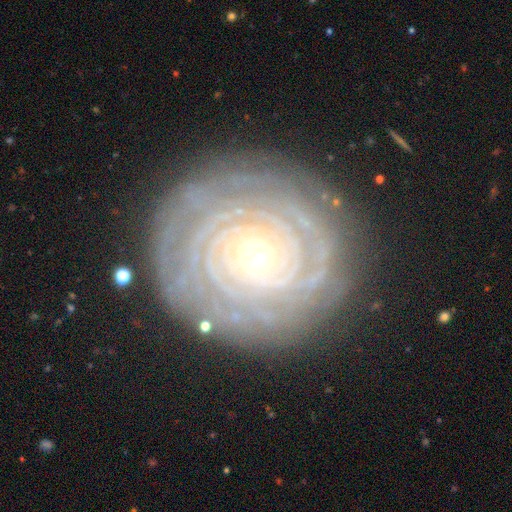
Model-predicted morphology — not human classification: Smooth or featured? Predicted: featured or disk (p=0.87). Edge-on disk? Predicted: no (p=0.97). Bar? Predicted: no (p=0.82). Spiral arms? Predicted: yes (p=0.97). Spiral winding? Predicted: tight (p=0.91). Spiral arm count? Predicted: can't tell (p=0.27). Bulge size? Predicted: small (p=0.68). Merging? Predicted: none (p=0.83).